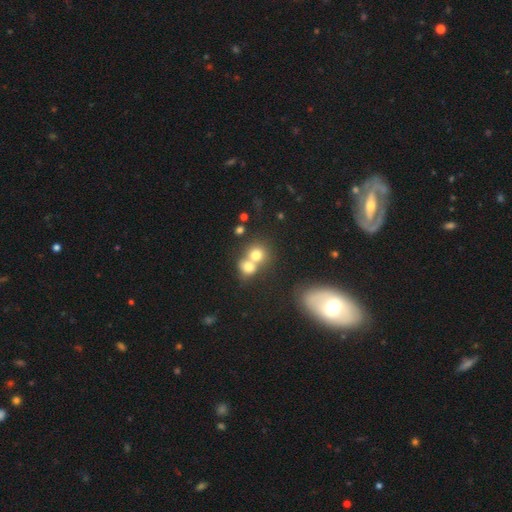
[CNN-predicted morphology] A smooth galaxy with no disk features (74%) that is round (79%). Merging: merger (61%).